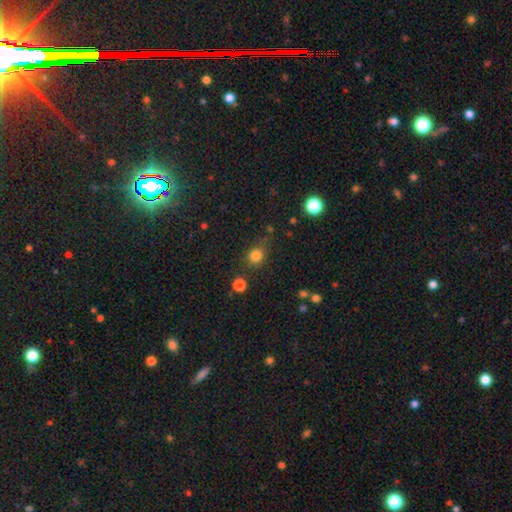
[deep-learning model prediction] Smooth or featured? Predicted: smooth (p=0.82). How rounded? Predicted: round (p=0.75). Merging? Predicted: none (p=0.75).